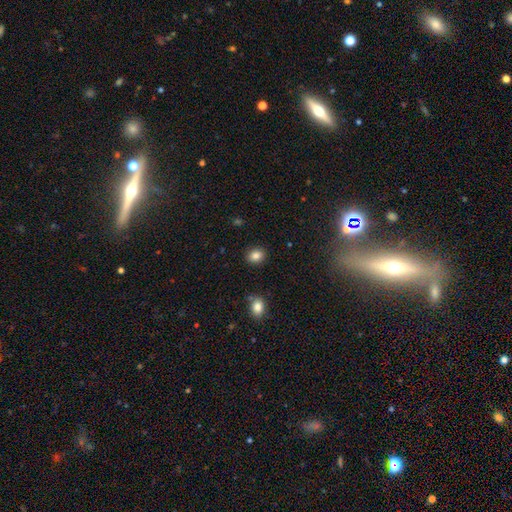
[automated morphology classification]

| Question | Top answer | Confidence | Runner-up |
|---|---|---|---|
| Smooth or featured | smooth | 85% | star or artifact (10%) |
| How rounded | round | 57% | in between (42%) |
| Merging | none | 88% | minor disturbance (8%) |